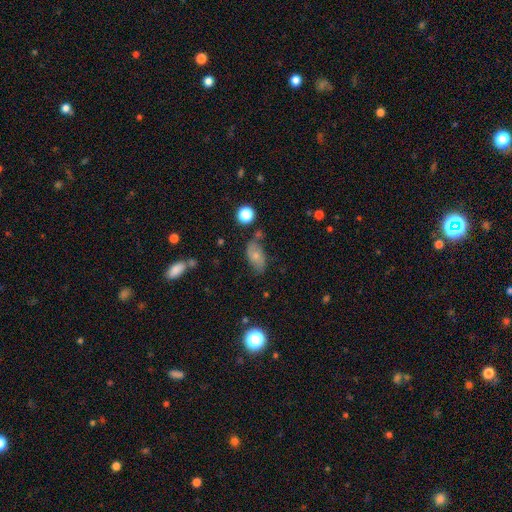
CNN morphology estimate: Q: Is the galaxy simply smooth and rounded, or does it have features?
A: smooth — 65%.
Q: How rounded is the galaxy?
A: in between — 89%.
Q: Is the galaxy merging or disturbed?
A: none — 62%.